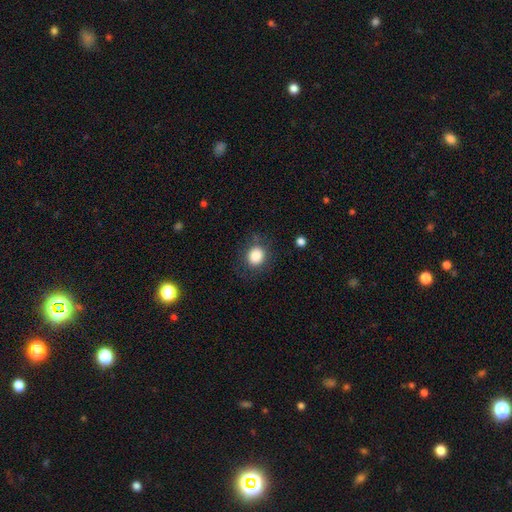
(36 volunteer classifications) Smooth or featured: smooth — 92% (featured or disk — 6%)
How rounded: round — 91% (in between — 9%)
Merging: none — 77% (minor disturbance — 20%)